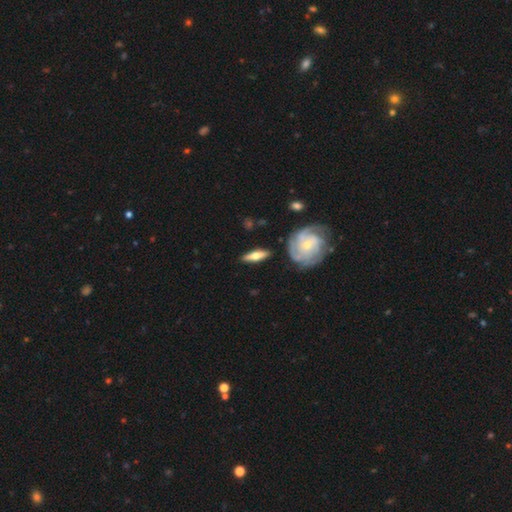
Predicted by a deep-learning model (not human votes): Smooth or featured: featured or disk — 57% (smooth — 38%)
Edge-on disk: yes — 74% (no — 26%)
Merging: none — 84% (minor disturbance — 10%)